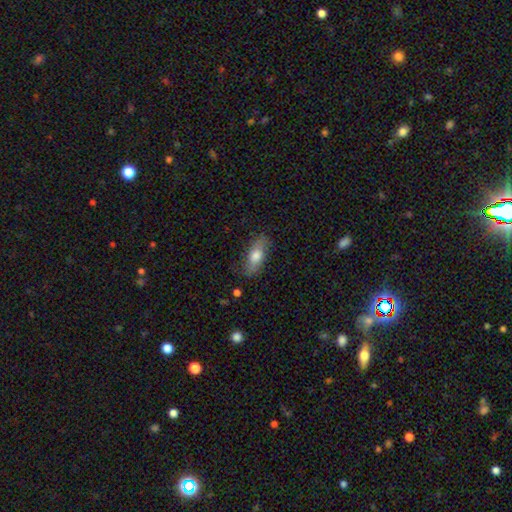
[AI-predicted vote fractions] smooth_or_featured: smooth (p=0.68) [alt: featured or disk p=0.25]
how_rounded: in between (p=0.74) [alt: cigar-shaped p=0.23]
merging: none (p=0.77) [alt: minor disturbance p=0.18]